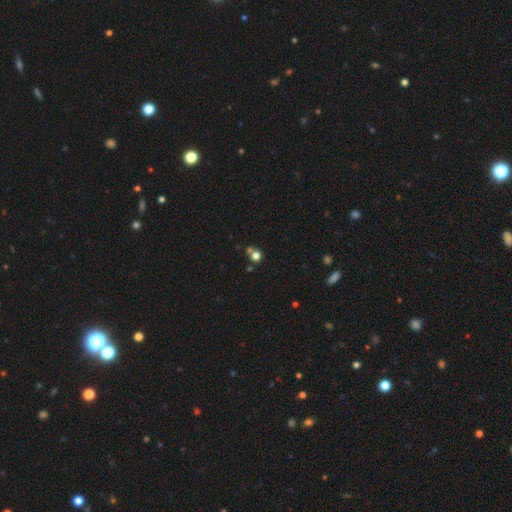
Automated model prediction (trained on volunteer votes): Smooth or featured? smooth (70%)
How rounded? round (87%)
Merging? none (58%)